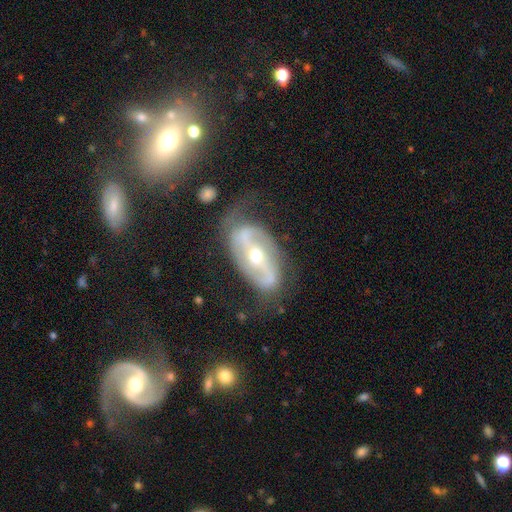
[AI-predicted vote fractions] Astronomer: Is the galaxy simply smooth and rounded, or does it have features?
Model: featured or disk — 86%.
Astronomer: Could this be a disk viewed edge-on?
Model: no — 94%.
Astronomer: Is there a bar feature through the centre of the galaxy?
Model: strong — 51% (runner-up: weak, 27%).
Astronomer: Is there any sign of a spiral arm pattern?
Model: yes — 90%.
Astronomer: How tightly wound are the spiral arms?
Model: medium — 41% (runner-up: loose, 35%).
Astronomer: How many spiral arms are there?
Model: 2 — 86%.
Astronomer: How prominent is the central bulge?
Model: moderate — 54% (runner-up: small, 43%).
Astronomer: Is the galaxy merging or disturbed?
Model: none — 59%.